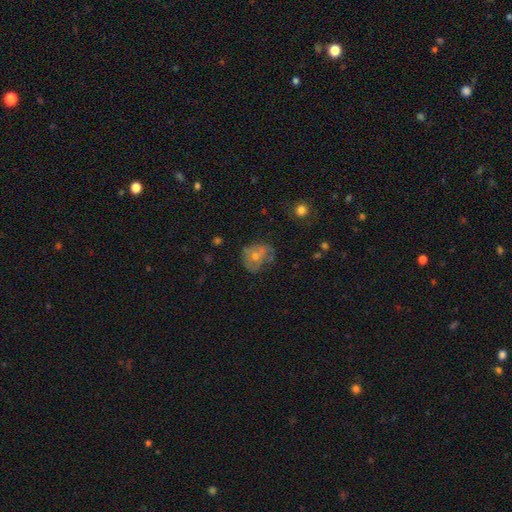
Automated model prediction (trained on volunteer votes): Smooth or featured? Predicted: featured or disk (p=0.44). Merging? Predicted: none (p=0.54).